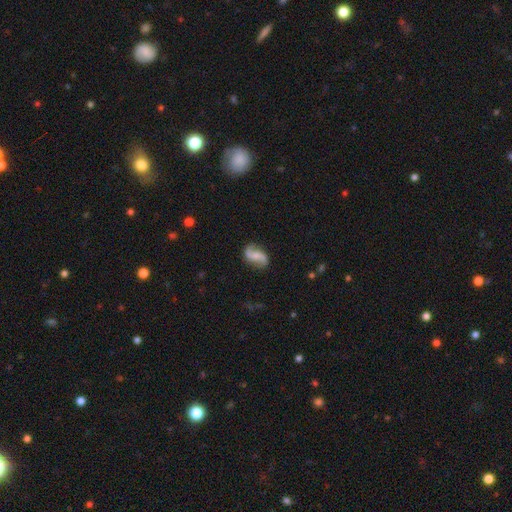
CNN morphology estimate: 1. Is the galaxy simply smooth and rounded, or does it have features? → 80% featured or disk, 14% smooth, 6% star or artifact.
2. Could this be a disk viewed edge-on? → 97% no, 3% yes.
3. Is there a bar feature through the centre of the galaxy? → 47% no, 38% weak, 15% strong.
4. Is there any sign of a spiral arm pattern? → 95% yes, 5% no.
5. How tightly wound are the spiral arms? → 74% loose, 20% medium, 6% tight.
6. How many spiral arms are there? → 93% 2, 2% can't tell, 2% 1, 1% 3, 1% 4, 1% more than 4.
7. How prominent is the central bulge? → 45% small, 34% moderate, 17% none, 3% large, 1% dominant.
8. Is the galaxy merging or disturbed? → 81% none, 13% minor disturbance, 4% major disturbance, 2% merger.